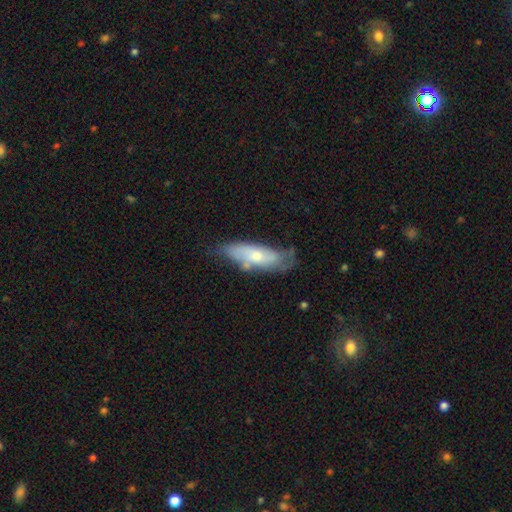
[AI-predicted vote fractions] Overall: smooth (48%; featured or disk 46%). Merging: none (50%; minor disturbance 32%).